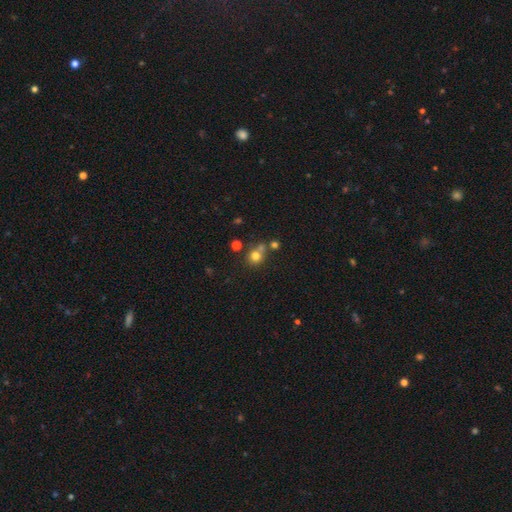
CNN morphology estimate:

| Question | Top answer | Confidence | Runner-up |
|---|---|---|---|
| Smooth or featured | smooth | 75% | star or artifact (16%) |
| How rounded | round | 84% | in between (15%) |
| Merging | none | 55% | merger (31%) |